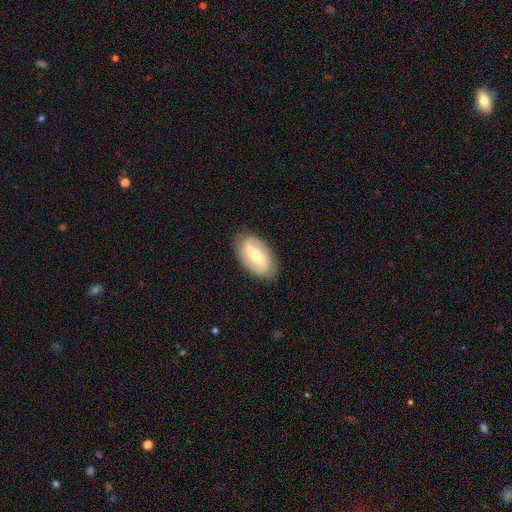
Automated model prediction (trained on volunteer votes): Morphology: type=featured or disk (66%); edge-on=no (90%); bar=strong (60%); spiral arms=yes (69%); bulge=moderate (52%); merging=none (83%).